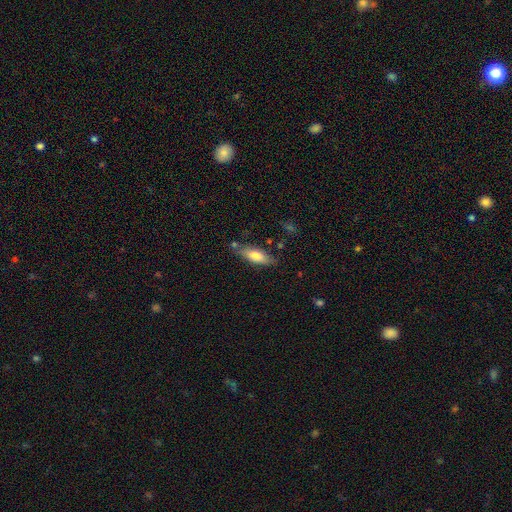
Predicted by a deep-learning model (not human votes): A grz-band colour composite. It shows a smooth galaxy with no disk features (72%) that is in between round and cigar-shaped (65%). Merging: none (73%).